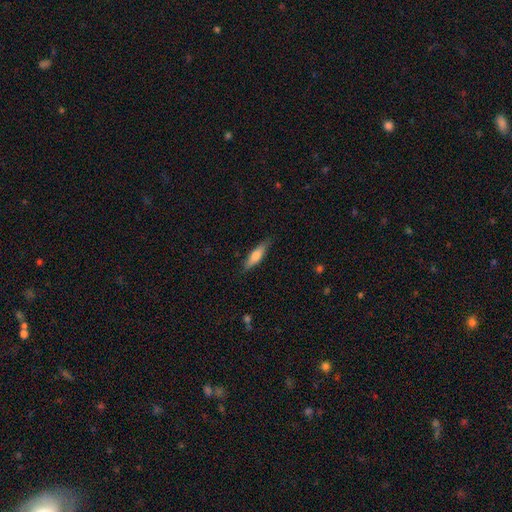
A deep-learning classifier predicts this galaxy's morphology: A smooth galaxy with no disk features (66%) that is cigar-shaped (65%).

Vote fractions:
- Smooth or featured? smooth: 66% / featured or disk: 28% / star or artifact: 6%
- How rounded? cigar-shaped: 65% / in between: 33% / round: 2%
- Merging? none: 84% / minor disturbance: 13% / major disturbance: 2% / merger: 1%